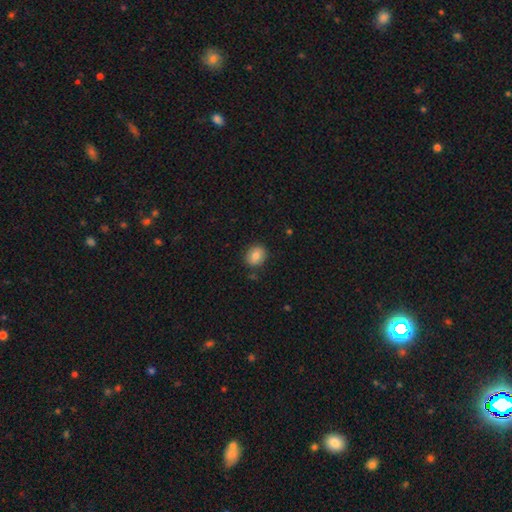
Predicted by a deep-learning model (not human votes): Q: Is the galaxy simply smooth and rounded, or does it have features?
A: smooth — 82%.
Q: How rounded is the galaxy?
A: round — 57%.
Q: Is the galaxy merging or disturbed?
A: none — 86%.